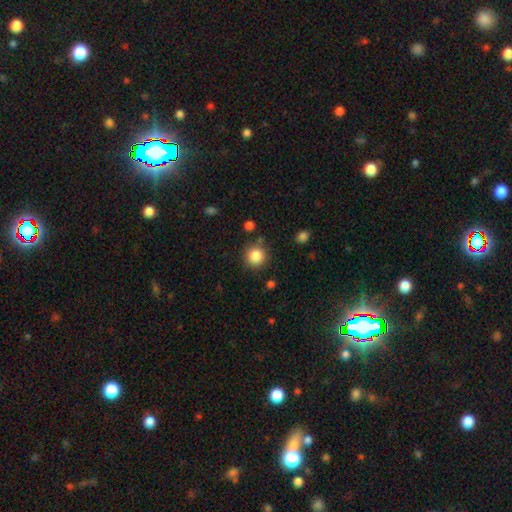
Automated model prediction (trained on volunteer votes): Smooth or featured?
  - smooth: 86% *
  - star or artifact: 10%
  - featured or disk: 4%
How rounded?
  - round: 94% *
  - in between: 5%
  - cigar-shaped: 1%
Merging?
  - none: 85% *
  - minor disturbance: 8%
  - merger: 4%
  - major disturbance: 3%